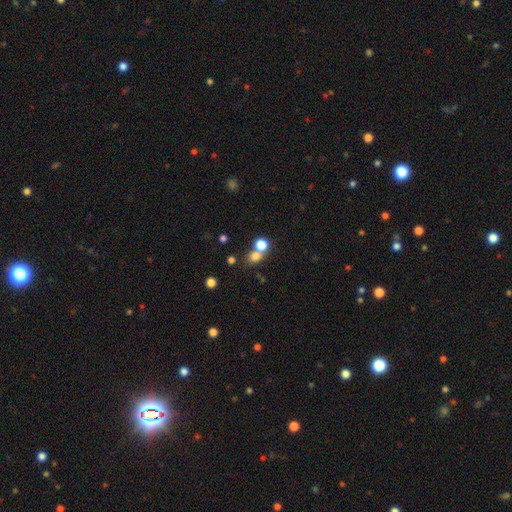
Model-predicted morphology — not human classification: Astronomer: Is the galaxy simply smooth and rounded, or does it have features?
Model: smooth — 74%.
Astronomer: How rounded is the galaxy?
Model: round — 70%.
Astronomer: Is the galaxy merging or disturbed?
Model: none — 48% (runner-up: merger, 41%).